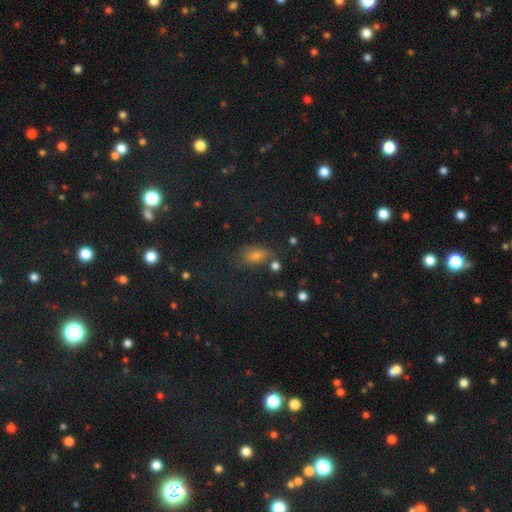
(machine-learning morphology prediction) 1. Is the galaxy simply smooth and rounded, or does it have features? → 58% smooth, 28% star or artifact, 14% featured or disk.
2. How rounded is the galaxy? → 78% in between, 16% round, 6% cigar-shaped.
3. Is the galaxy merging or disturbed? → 66% none, 19% minor disturbance, 9% major disturbance, 6% merger.